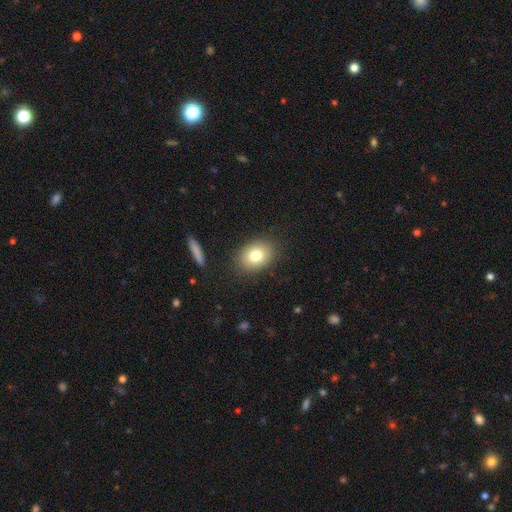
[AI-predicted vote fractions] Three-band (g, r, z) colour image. It shows a smooth galaxy with no disk features (79%) that is in between round and cigar-shaped (68%). Merging: none (86%).